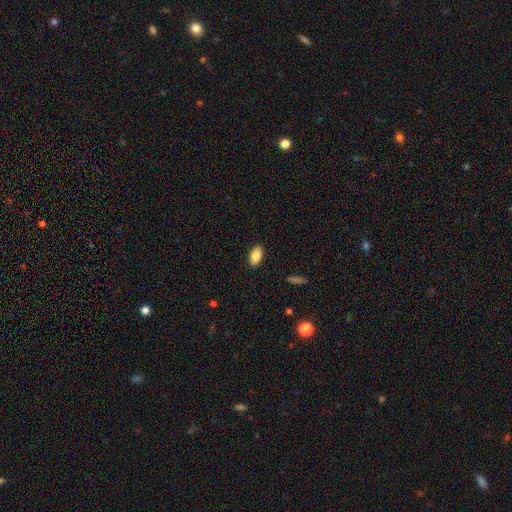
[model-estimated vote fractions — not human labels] A smooth galaxy with no disk features (85%) that is in between round and cigar-shaped (93%).

Vote fractions:
- Smooth or featured? smooth: 85% / featured or disk: 8% / star or artifact: 7%
- How rounded? in between: 93% / round: 4% / cigar-shaped: 3%
- Merging? none: 89% / minor disturbance: 8% / major disturbance: 2% / merger: 1%